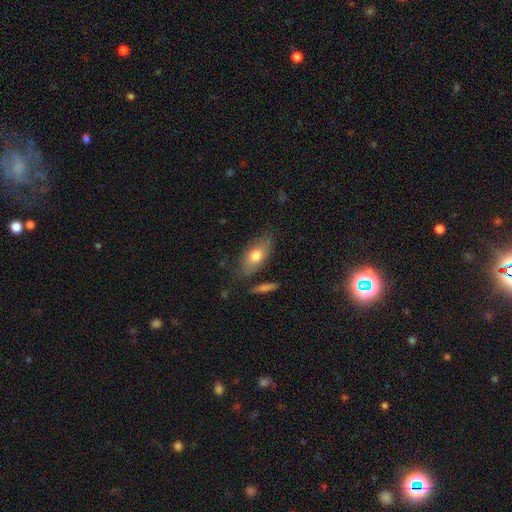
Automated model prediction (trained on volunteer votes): smooth_or_featured: smooth (p=0.72) [alt: featured or disk p=0.22]
how_rounded: in between (p=0.85) [alt: cigar-shaped p=0.10]
merging: none (p=0.74) [alt: minor disturbance p=0.17]